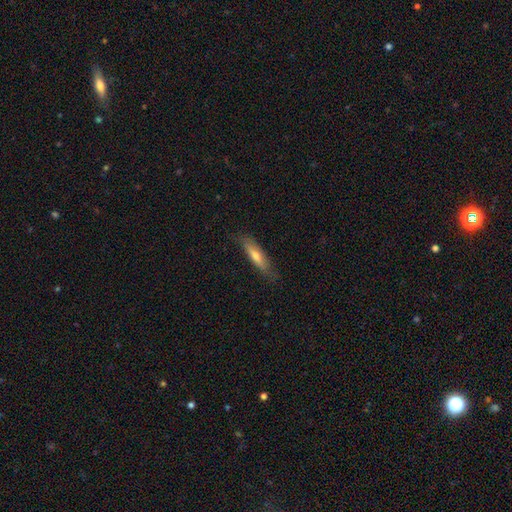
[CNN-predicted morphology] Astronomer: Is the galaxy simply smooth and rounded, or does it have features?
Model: smooth — 54% (runner-up: featured or disk, 39%).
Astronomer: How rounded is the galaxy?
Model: cigar-shaped — 81%.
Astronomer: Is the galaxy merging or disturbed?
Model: none — 80%.